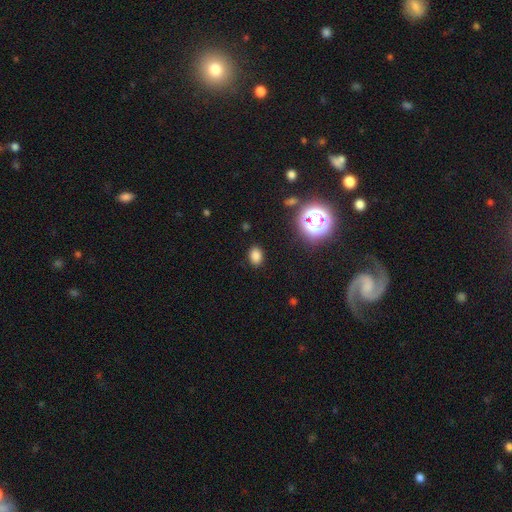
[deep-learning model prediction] Smooth or featured? Predicted: smooth (p=0.79). How rounded? Predicted: in between (p=0.74). Merging? Predicted: none (p=0.87).